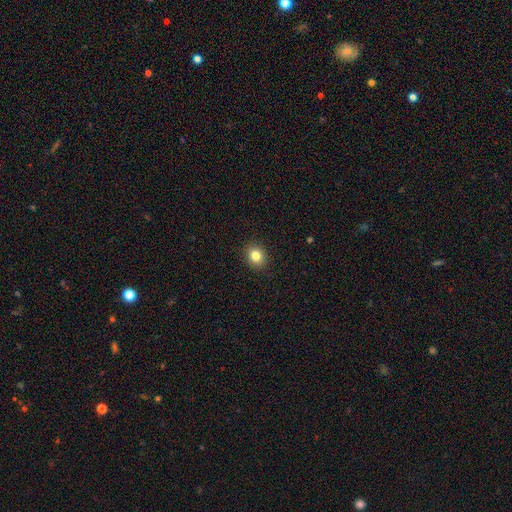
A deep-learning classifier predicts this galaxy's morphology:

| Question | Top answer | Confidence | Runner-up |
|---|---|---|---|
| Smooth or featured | smooth | 82% | star or artifact (11%) |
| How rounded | round | 65% | in between (34%) |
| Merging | none | 91% | minor disturbance (6%) |